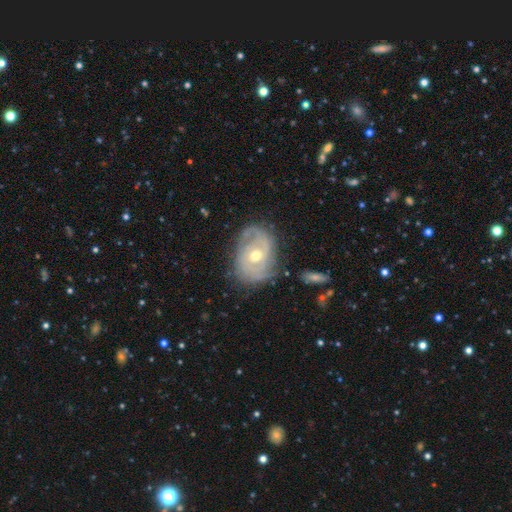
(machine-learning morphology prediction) A featured or disk galaxy (81%) with no bar (65%), 2 (53%) tight (56%) spiral arms (91%) and a moderate central bulge (62%).

Vote fractions:
- Smooth or featured? featured or disk: 81% / smooth: 12% / star or artifact: 7%
- Edge-on disk? no: 96% / yes: 4%
- Bar? no: 65% / weak: 28% / strong: 7%
- Spiral arms? yes: 91% / no: 9%
- Spiral winding? tight: 56% / medium: 33% / loose: 11%
- Spiral arm count? 2: 53% / can't tell: 24% / 3: 12% / 1: 5% / 4: 4% / more than 4: 3%
- Bulge size? moderate: 62% / small: 34% / large: 2% / none: 1% / dominant: 1%
- Merging? none: 73% / minor disturbance: 19% / major disturbance: 6% / merger: 2%